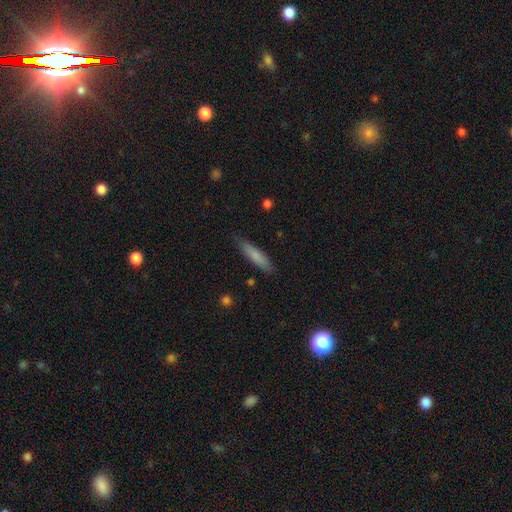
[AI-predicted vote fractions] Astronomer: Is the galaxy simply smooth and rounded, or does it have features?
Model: smooth — 79%.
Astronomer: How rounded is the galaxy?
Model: cigar-shaped — 82%.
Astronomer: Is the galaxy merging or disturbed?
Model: none — 84%.